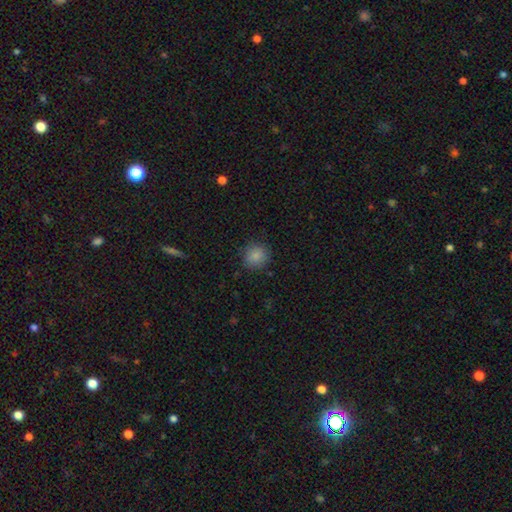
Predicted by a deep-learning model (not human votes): smooth_or_featured: smooth (p=0.86) [alt: star or artifact p=0.10]
how_rounded: round (p=0.88) [alt: in between p=0.11]
merging: none (p=0.87) [alt: minor disturbance p=0.09]